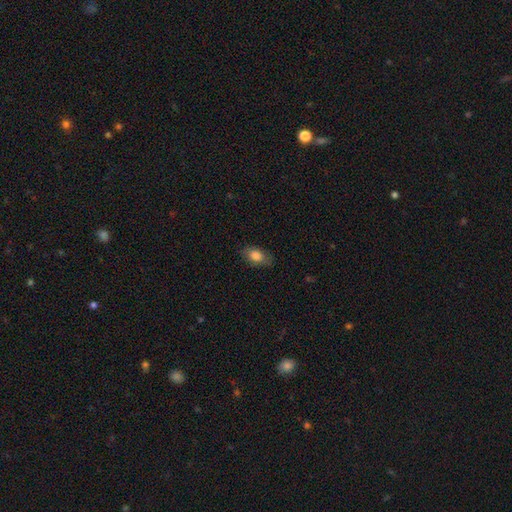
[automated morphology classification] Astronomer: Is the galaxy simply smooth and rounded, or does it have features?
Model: smooth — 82%.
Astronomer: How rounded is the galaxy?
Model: in between — 89%.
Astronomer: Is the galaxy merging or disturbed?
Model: none — 80%.